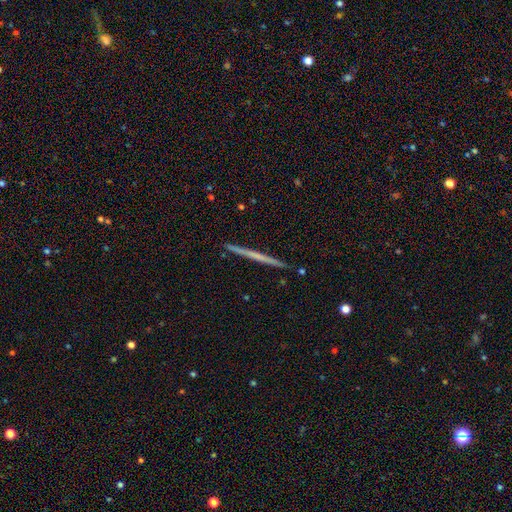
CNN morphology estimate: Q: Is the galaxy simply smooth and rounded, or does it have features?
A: featured or disk — 58%.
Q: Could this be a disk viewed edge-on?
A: yes — 98%.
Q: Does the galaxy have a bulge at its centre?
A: none — 87%.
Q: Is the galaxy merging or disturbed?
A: none — 93%.